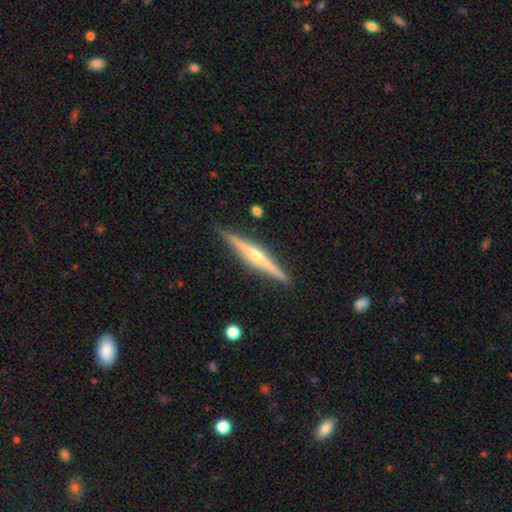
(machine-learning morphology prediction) smooth_or_featured: featured or disk (p=0.78) [alt: smooth p=0.17]
disk_edge_on: yes (p=0.98) [alt: no p=0.02]
edge_on_bulge: rounded (p=0.87) [alt: none p=0.09]
merging: none (p=0.90) [alt: minor disturbance p=0.07]